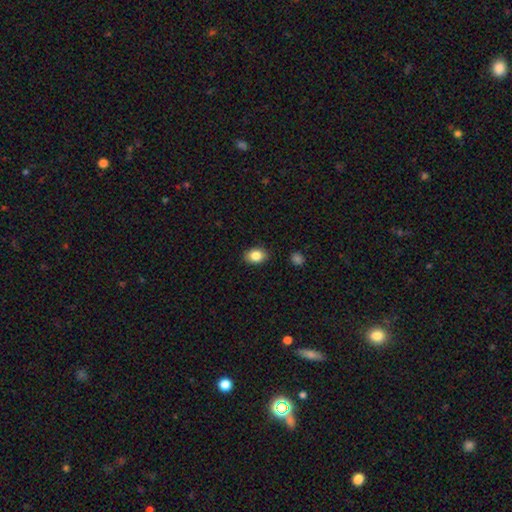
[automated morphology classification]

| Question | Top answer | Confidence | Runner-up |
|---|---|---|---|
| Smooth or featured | smooth | 85% | star or artifact (8%) |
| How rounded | in between | 72% | round (27%) |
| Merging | none | 88% | minor disturbance (9%) |